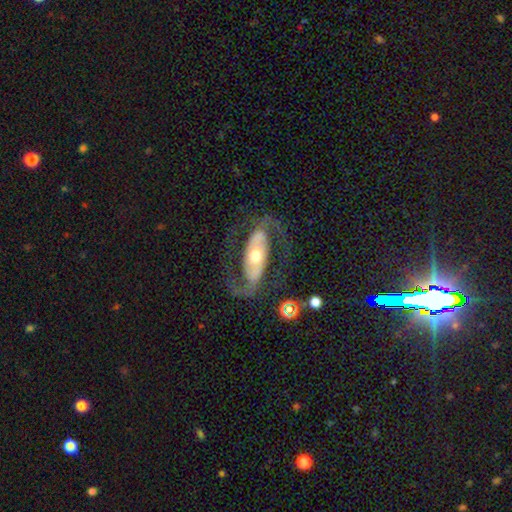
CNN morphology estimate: Smooth or featured?
  - featured or disk: 86% *
  - smooth: 9%
  - star or artifact: 5%
Edge-on disk?
  - no: 93% *
  - yes: 7%
Bar?
  - strong: 39% *
  - no: 35%
  - weak: 26%
Spiral arms?
  - yes: 92% *
  - no: 8%
Spiral winding?
  - medium: 52% *
  - loose: 29%
  - tight: 19%
Spiral arm count?
  - 2: 92% *
  - can't tell: 3%
  - 1: 2%
  - 3: 1%
  - 4: 1%
  - more than 4: 1%
Bulge size?
  - moderate: 65% *
  - small: 22%
  - large: 10%
  - dominant: 2%
  - none: 1%
Merging?
  - none: 76% *
  - major disturbance: 12%
  - minor disturbance: 11%
  - merger: 2%